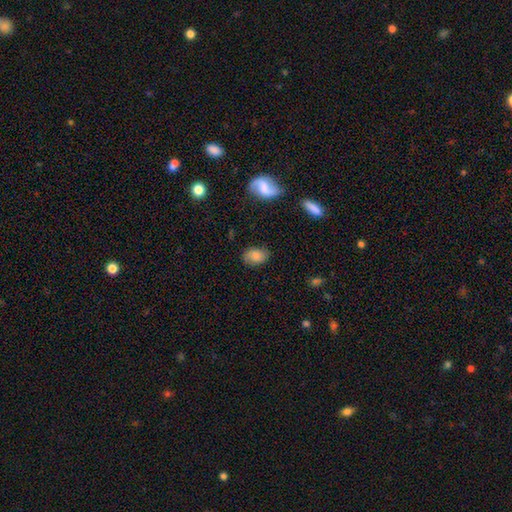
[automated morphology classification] Smooth or featured: smooth — 73% (featured or disk — 18%)
How rounded: in between — 80% (round — 18%)
Merging: none — 76% (minor disturbance — 18%)